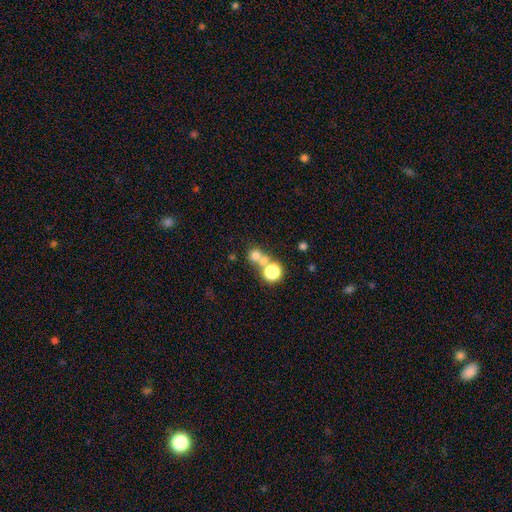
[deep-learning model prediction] Smooth or featured? Predicted: smooth (p=0.69). How rounded? Predicted: round (p=0.86). Merging? Predicted: merger (p=0.45, tied with none).